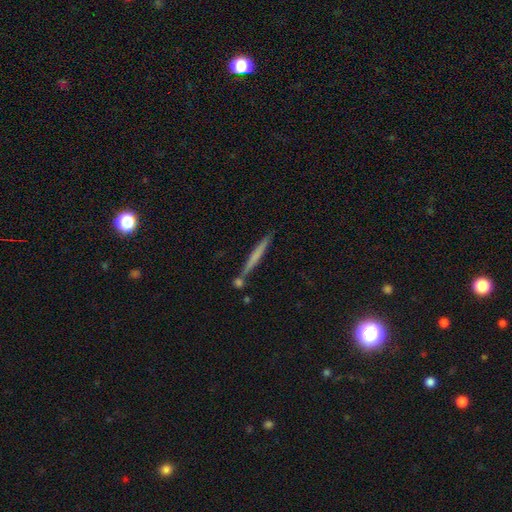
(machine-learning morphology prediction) Smooth or featured: smooth — 51% (featured or disk — 42%)
How rounded: cigar-shaped — 96% (in between — 2%)
Merging: none — 73% (merger — 14%)